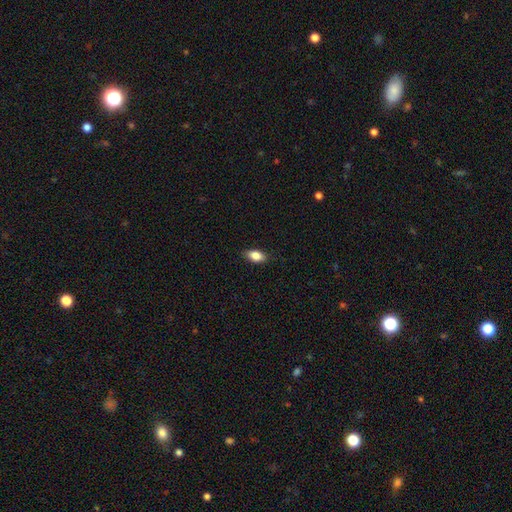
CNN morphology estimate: smooth_or_featured: smooth (p=0.83) [alt: featured or disk p=0.09]
how_rounded: in between (p=0.88) [alt: cigar-shaped p=0.07]
merging: none (p=0.86) [alt: minor disturbance p=0.11]